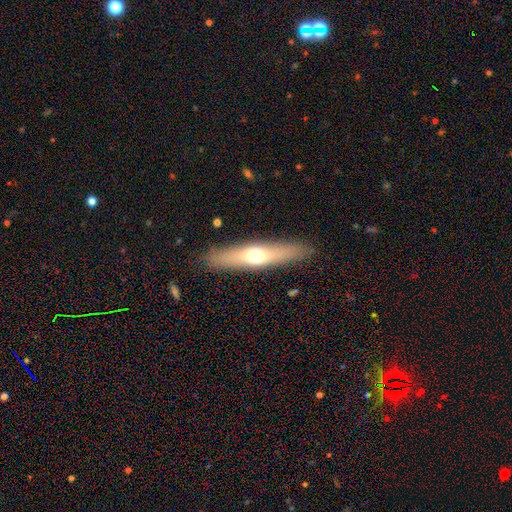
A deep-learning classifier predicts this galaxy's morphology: Smooth or featured? Predicted: smooth (p=0.50). Merging? Predicted: none (p=0.88).